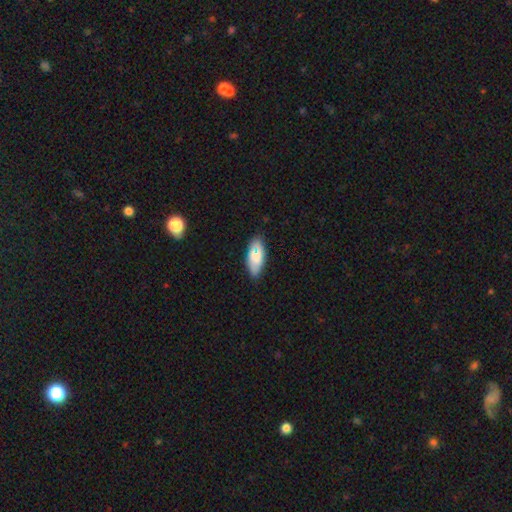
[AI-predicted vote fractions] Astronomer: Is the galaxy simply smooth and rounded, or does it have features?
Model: smooth — 72%.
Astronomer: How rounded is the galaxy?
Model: in between — 82%.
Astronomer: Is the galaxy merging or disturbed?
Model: none — 81%.